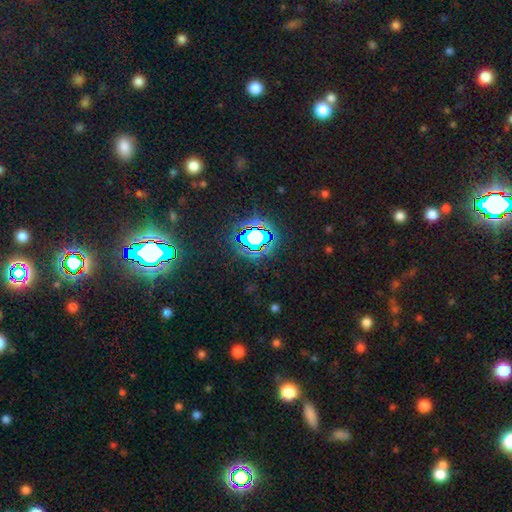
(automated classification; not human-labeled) This is likely a star or artifact rather than a galaxy (79%).